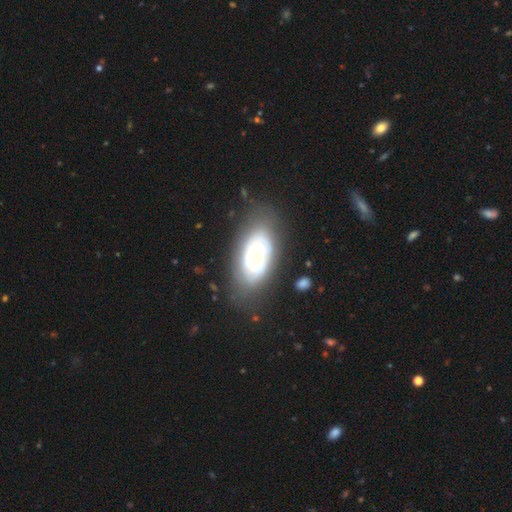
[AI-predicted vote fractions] Smooth or featured?
  - featured or disk: 60% *
  - smooth: 33%
  - star or artifact: 7%
Edge-on disk?
  - no: 93% *
  - yes: 7%
Bar?
  - no: 87% *
  - weak: 10%
  - strong: 3%
Spiral arms?
  - no: 52% *
  - yes: 48%
Bulge size?
  - small: 55% *
  - moderate: 38%
  - large: 4%
  - dominant: 1%
  - none: 1%
Merging?
  - none: 68% *
  - minor disturbance: 20%
  - major disturbance: 10%
  - merger: 2%